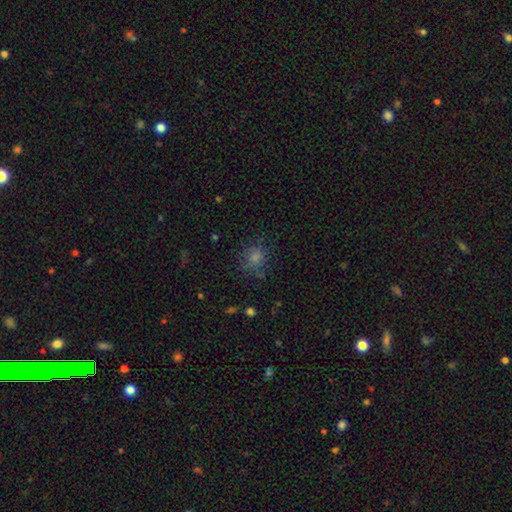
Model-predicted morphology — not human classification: This is likely a smooth galaxy (66%). How rounded: clearly round (80%). Merging: likely none (78%).